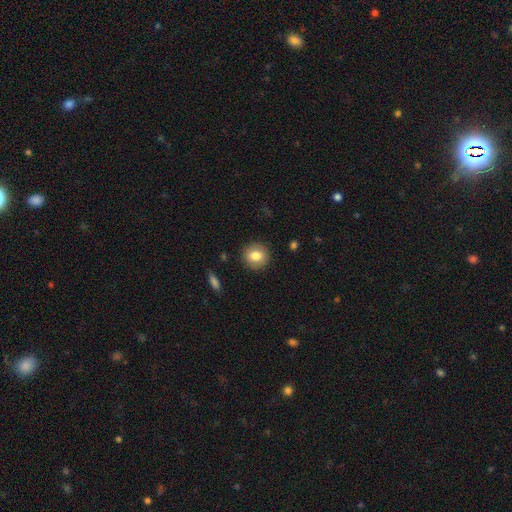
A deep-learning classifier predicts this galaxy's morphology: The model was most divided on "how rounded": round: 82%, in between: 17%, cigar-shaped: 1%. More confident: merging — none (89%); smooth or featured — smooth (79%).